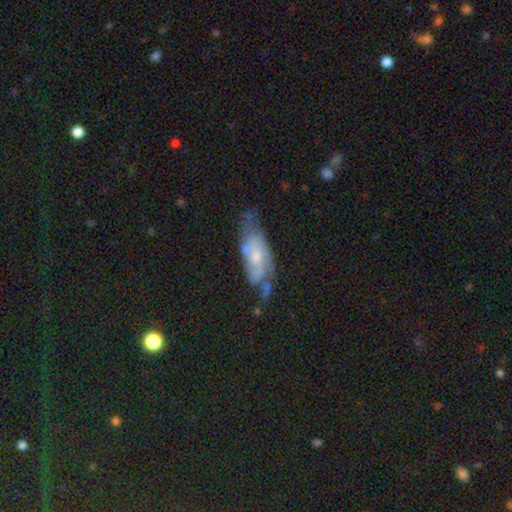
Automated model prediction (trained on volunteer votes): smooth_or_featured: featured or disk (p=0.58) [alt: smooth p=0.35]
disk_edge_on: no (p=0.86) [alt: yes p=0.14]
merging: none (p=0.40) [alt: minor disturbance p=0.32]